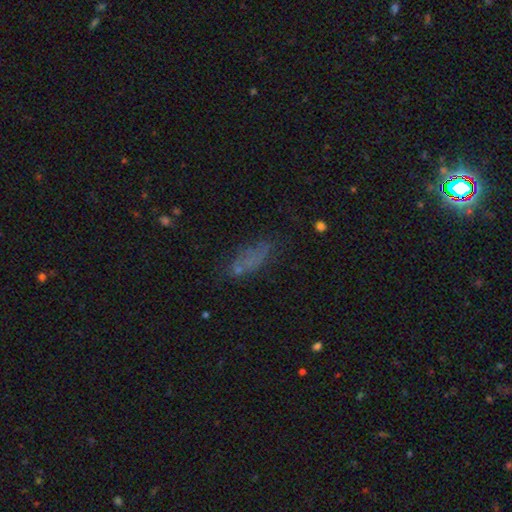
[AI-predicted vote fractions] A smooth galaxy with no disk features (50%) that is in between round and cigar-shaped (56%).

Vote fractions:
- Smooth or featured? smooth: 50% / star or artifact: 31% / featured or disk: 18%
- How rounded? in between: 56% / cigar-shaped: 38% / round: 6%
- Merging? none: 73% / minor disturbance: 16% / major disturbance: 8% / merger: 3%